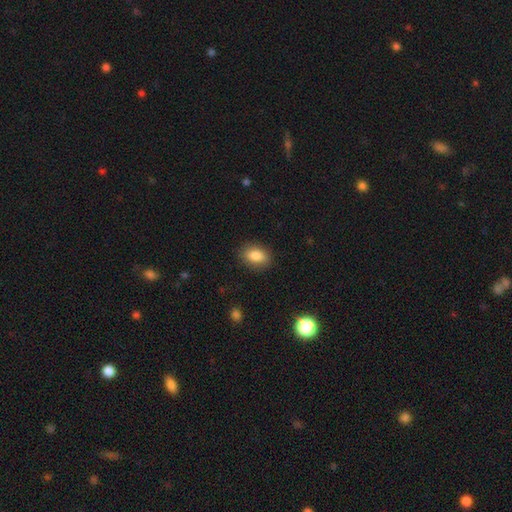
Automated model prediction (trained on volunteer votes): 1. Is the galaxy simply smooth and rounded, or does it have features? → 86% smooth, 8% star or artifact, 6% featured or disk.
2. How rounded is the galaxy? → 83% in between, 15% round, 2% cigar-shaped.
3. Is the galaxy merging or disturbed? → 86% none, 10% minor disturbance, 3% major disturbance, 1% merger.